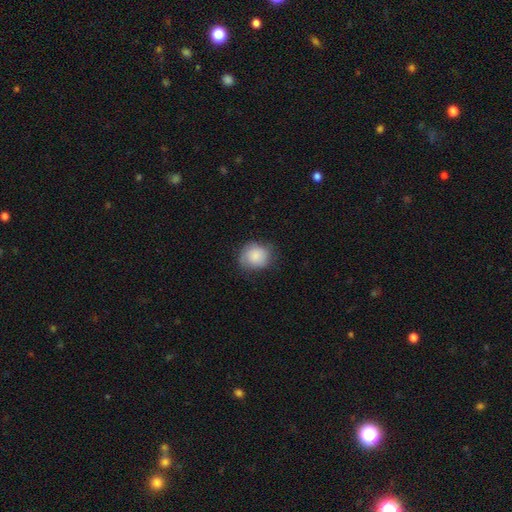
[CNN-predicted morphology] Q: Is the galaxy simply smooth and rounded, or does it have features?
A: smooth — 83%.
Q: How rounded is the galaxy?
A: round — 76%.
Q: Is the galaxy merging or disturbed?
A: none — 68%.